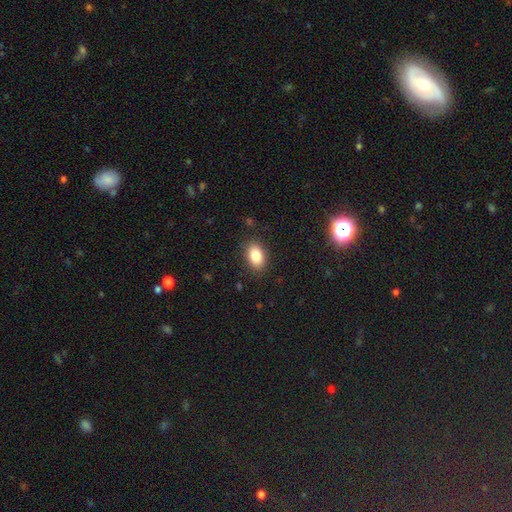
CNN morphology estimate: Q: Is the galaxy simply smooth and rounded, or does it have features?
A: smooth — 85%.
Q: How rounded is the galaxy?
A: in between — 86%.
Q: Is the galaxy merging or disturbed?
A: none — 86%.